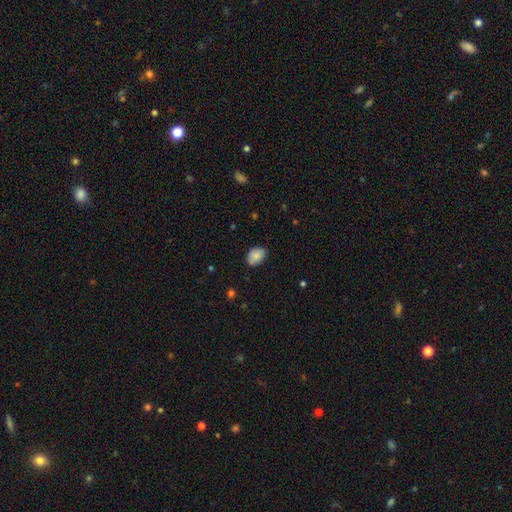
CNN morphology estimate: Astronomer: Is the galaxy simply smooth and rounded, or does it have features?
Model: smooth — 85%.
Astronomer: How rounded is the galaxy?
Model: in between — 81%.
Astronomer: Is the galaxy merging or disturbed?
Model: none — 76%.